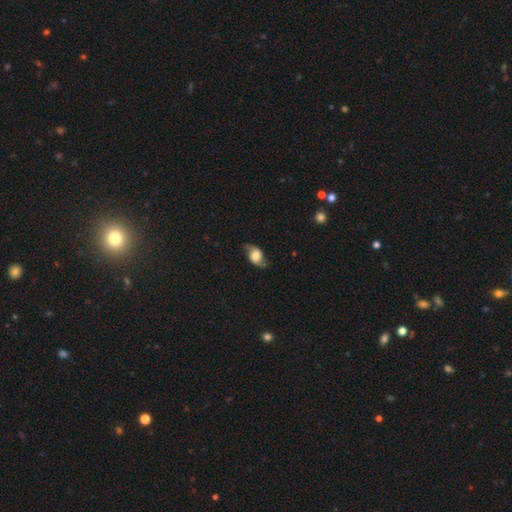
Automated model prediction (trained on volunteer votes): This is possibly a featured or disk galaxy (51%). It is clearly not viewed edge-on (90%). Merging: likely none (70%).